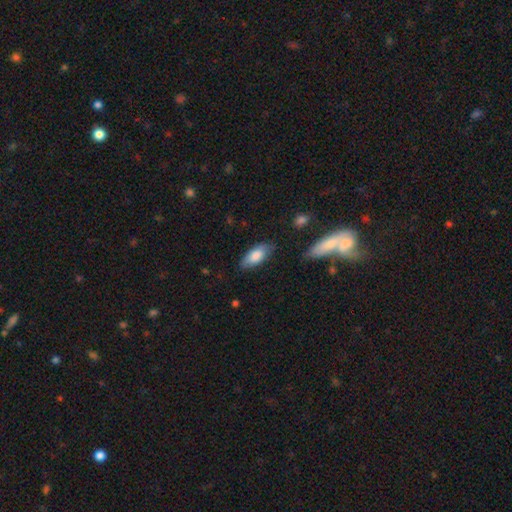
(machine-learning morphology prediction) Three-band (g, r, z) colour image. It shows a smooth galaxy with no disk features (80%) that is in between round and cigar-shaped (85%). Merging: none (76%).